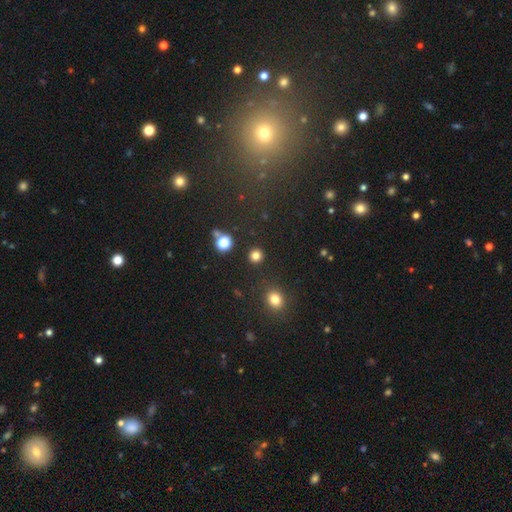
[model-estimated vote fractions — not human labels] Smooth or featured?
  - smooth: 81% *
  - star or artifact: 15%
  - featured or disk: 4%
How rounded?
  - round: 91% *
  - in between: 8%
  - cigar-shaped: 1%
Merging?
  - none: 89% *
  - minor disturbance: 6%
  - merger: 3%
  - major disturbance: 2%